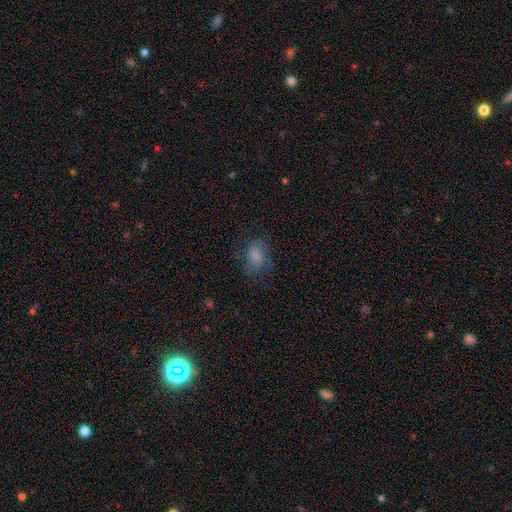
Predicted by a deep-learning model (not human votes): Smooth or featured: smooth — 69% (featured or disk — 20%)
How rounded: in between — 81% (round — 17%)
Merging: none — 62% (minor disturbance — 23%)